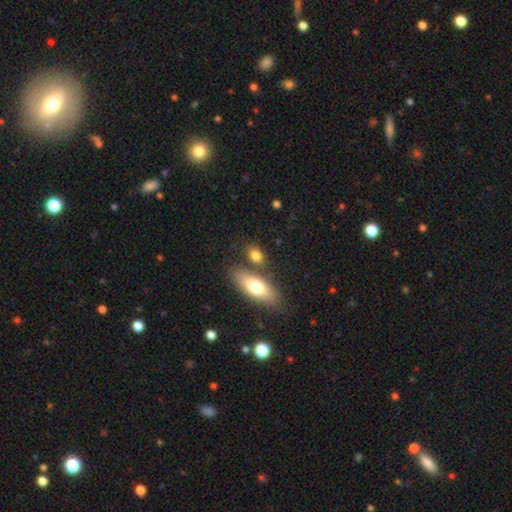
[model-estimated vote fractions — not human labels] This is likely a smooth galaxy (78%). How rounded: likely in between (71%). Merging: likely none (66%).